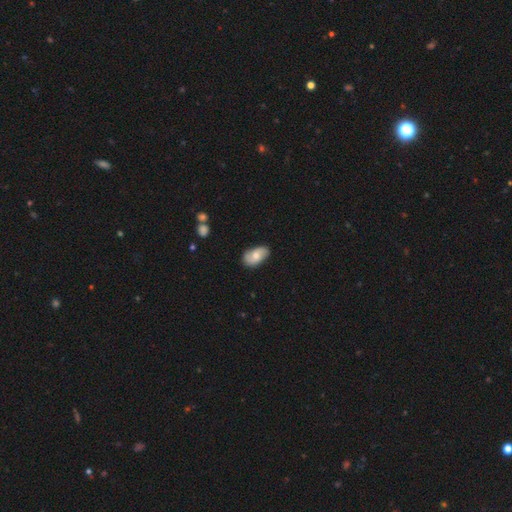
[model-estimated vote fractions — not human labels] smooth-or-featured: smooth: 52% | featured or disk: 42% | star or artifact: 7%
  how-rounded: in between: 92% | round: 6% | cigar-shaped: 2%
  merging: none: 74% | minor disturbance: 21% | major disturbance: 4% | merger: 2%